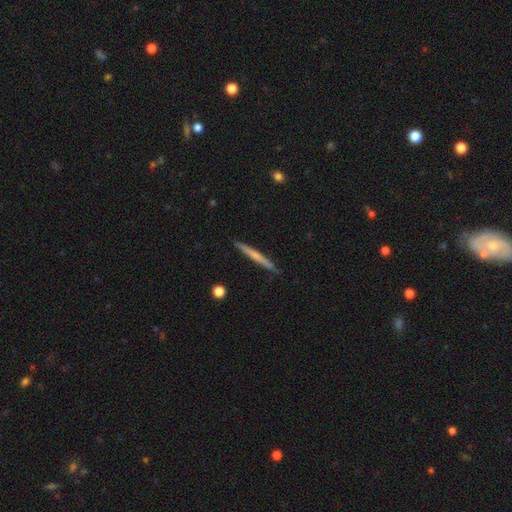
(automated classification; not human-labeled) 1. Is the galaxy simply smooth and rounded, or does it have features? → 52% smooth, 42% featured or disk, 5% star or artifact.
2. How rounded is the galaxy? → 97% cigar-shaped, 2% in between, 1% round.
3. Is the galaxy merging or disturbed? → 90% none, 7% minor disturbance, 1% major disturbance, 1% merger.